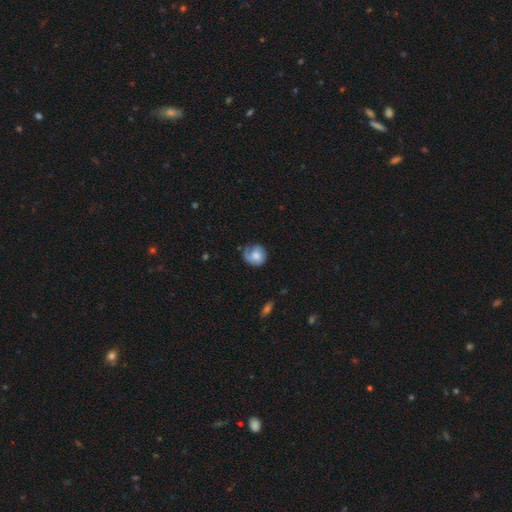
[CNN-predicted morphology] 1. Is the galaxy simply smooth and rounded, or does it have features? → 53% smooth, 40% featured or disk, 7% star or artifact.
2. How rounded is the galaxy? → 80% round, 19% in between, 1% cigar-shaped.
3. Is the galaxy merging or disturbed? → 57% none, 27% minor disturbance, 14% major disturbance, 2% merger.